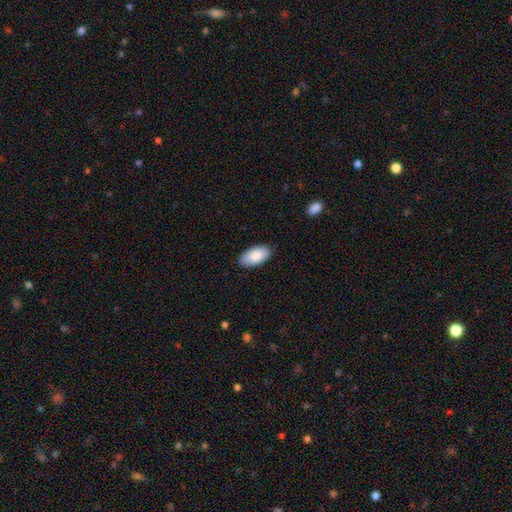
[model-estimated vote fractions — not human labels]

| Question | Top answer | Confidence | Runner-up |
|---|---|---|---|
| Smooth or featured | smooth | 87% | featured or disk (7%) |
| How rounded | in between | 95% | cigar-shaped (2%) |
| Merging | none | 88% | minor disturbance (10%) |